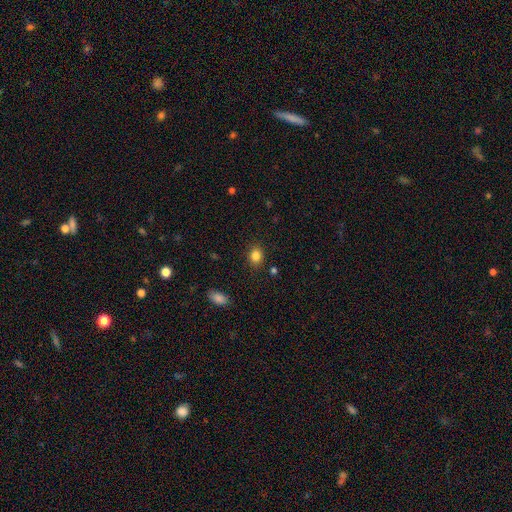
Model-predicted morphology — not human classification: This is clearly a smooth galaxy (84%). How rounded: possibly round (58%). Merging: clearly none (87%).